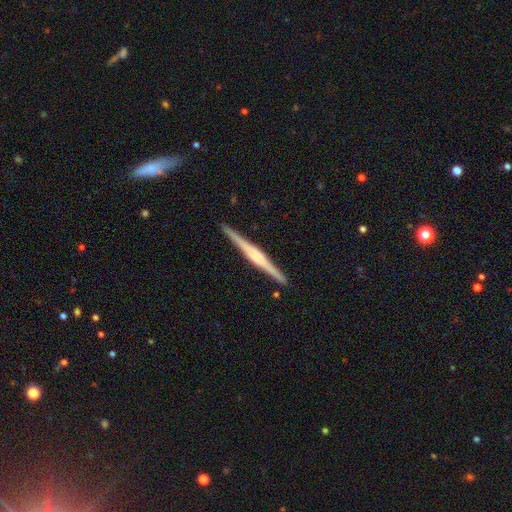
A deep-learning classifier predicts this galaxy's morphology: type=featured or disk (77%); edge-on=yes (99%); edge-on bulge=rounded (47%); merging=none (92%).